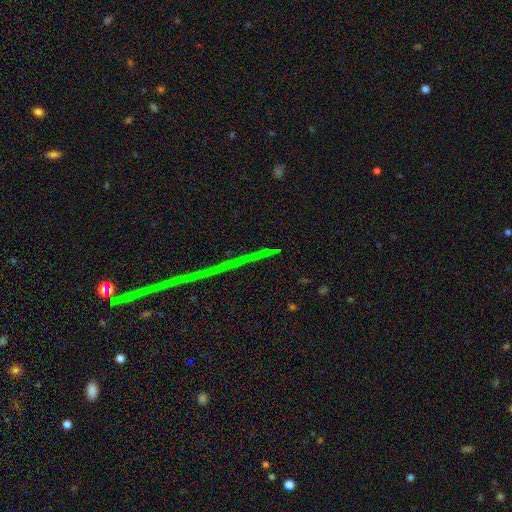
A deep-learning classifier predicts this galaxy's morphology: Smooth or featured? Predicted: star or artifact (p=0.81).